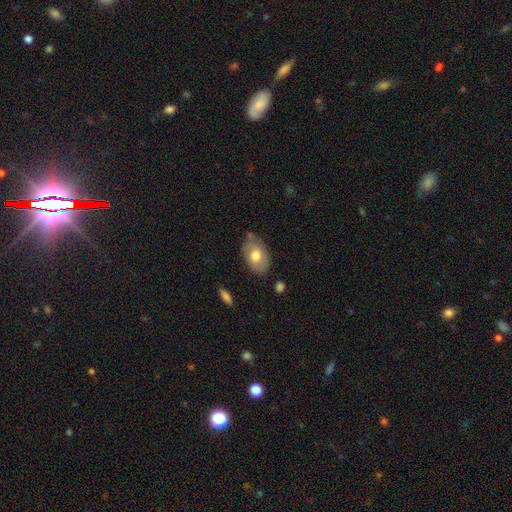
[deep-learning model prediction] Smooth or featured? Predicted: smooth (p=0.70). How rounded? Predicted: in between (p=0.89). Merging? Predicted: none (p=0.74).